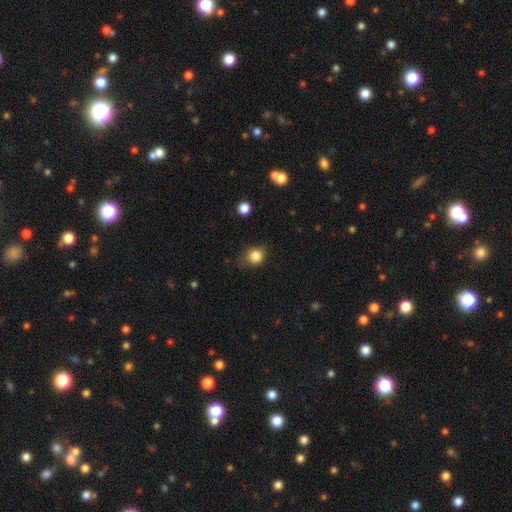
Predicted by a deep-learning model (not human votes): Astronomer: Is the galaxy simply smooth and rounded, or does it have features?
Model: smooth — 84%.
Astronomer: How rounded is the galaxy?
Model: round — 71%.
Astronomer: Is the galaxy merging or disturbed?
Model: none — 69%.